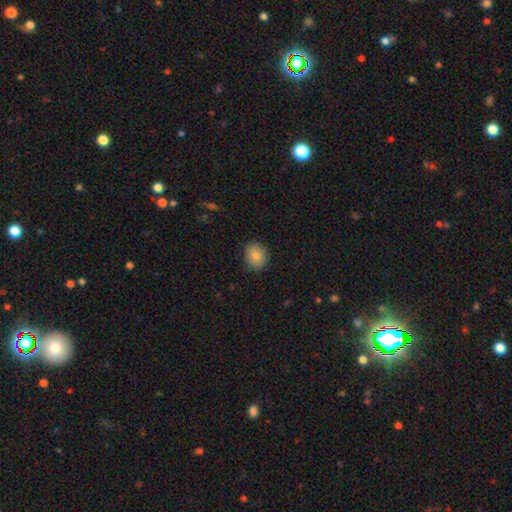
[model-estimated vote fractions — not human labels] Smooth or featured? smooth (85%)
How rounded? round (62%)
Merging? none (86%)